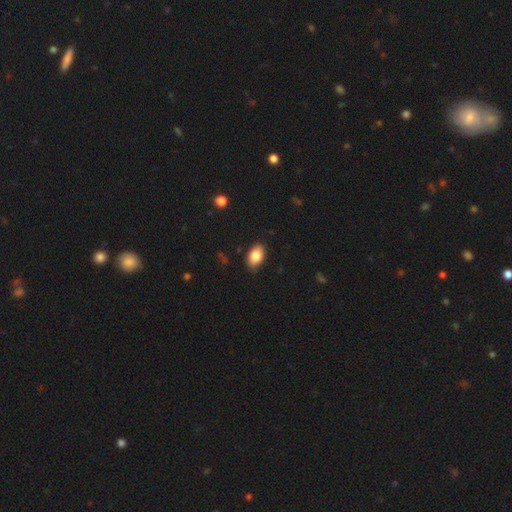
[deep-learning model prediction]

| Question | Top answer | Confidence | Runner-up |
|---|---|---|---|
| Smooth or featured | smooth | 84% | featured or disk (9%) |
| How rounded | in between | 89% | round (9%) |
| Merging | none | 84% | minor disturbance (13%) |